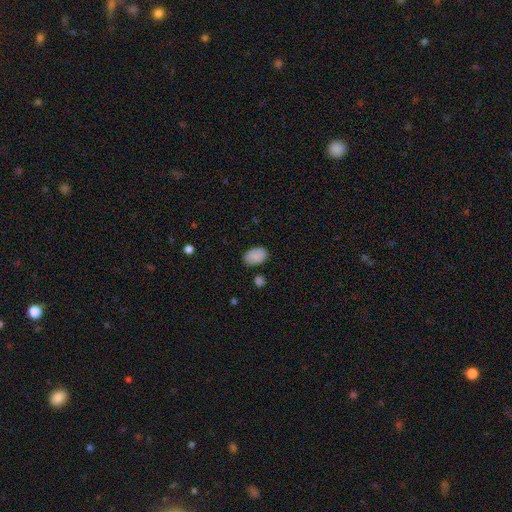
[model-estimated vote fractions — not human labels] A smooth galaxy with no disk features (89%) that is in between round and cigar-shaped (88%). Merging: none (83%).